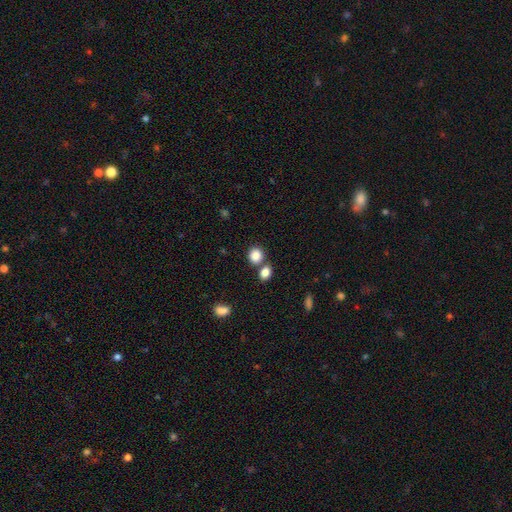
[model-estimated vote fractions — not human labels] A smooth galaxy with no disk features (86%) that is round (78%).

Vote fractions:
- Smooth or featured? smooth: 86% / star or artifact: 10% / featured or disk: 5%
- How rounded? round: 78% / in between: 21% / cigar-shaped: 1%
- Merging? none: 64% / merger: 24% / minor disturbance: 9% / major disturbance: 3%